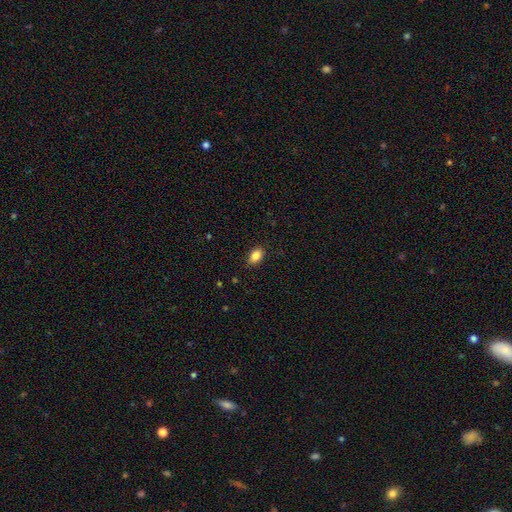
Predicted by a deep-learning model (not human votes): A smooth galaxy with no disk features (86%) that is in between round and cigar-shaped (85%). Merging: none (87%).